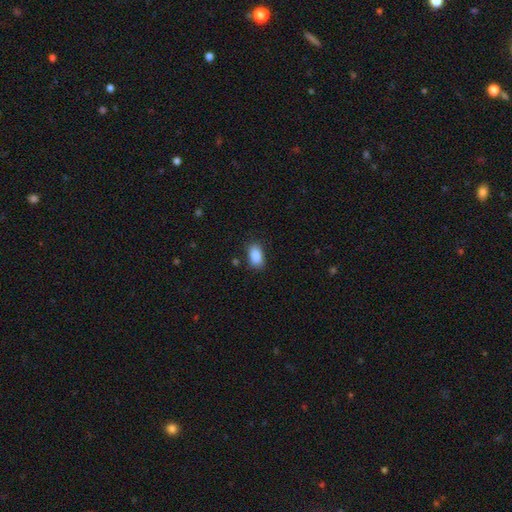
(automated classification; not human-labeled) This is clearly a smooth galaxy (87%). How rounded: clearly in between (90%). Merging: clearly none (82%).